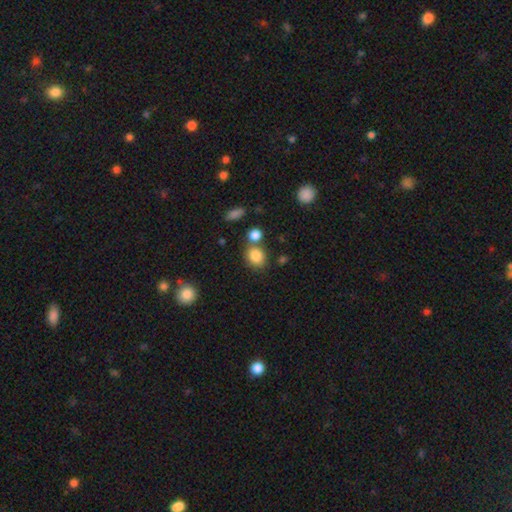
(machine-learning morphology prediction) Q: Smooth or featured?
A: smooth (85%); runner-up: star or artifact (10%)
Q: How rounded?
A: round (61%); runner-up: in between (38%)
Q: Merging?
A: none (64%); runner-up: merger (21%)